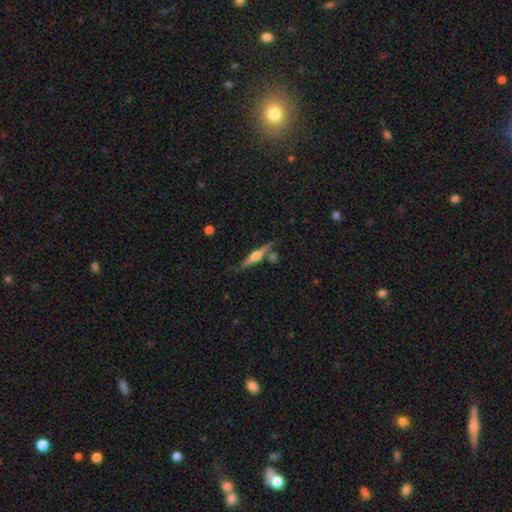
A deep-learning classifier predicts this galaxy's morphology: smooth-or-featured: featured or disk: 63% | smooth: 31% | star or artifact: 6%
  disk-edge-on: yes: 95% | no: 5%
    edge-on-bulge: rounded: 89% | boxy: 6% | none: 5%
  merging: none: 74% | minor disturbance: 13% | merger: 10% | major disturbance: 3%